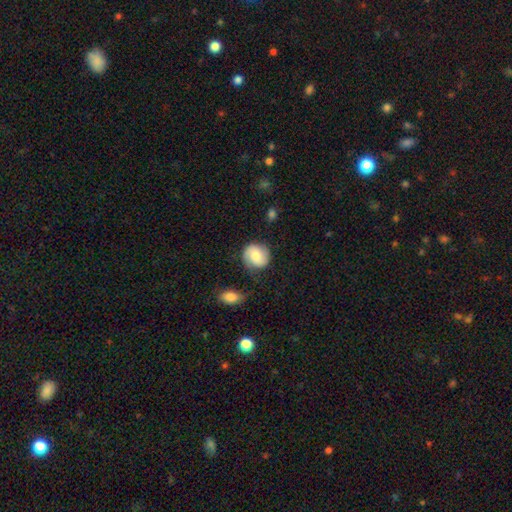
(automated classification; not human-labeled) Smooth or featured?
  - smooth: 48% *
  - featured or disk: 45%
  - star or artifact: 7%
Merging?
  - none: 73% *
  - minor disturbance: 18%
  - major disturbance: 6%
  - merger: 4%